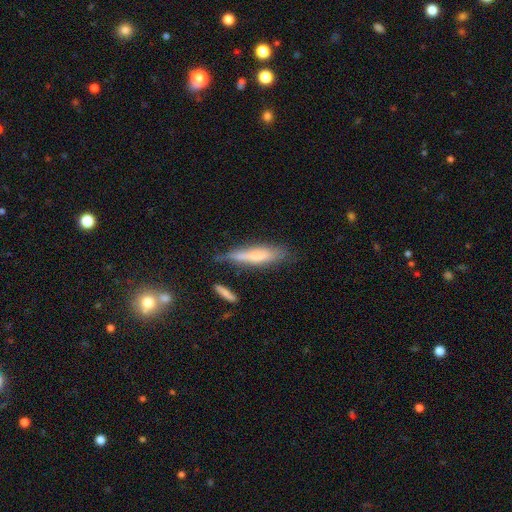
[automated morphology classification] This appears to be a smooth galaxy with no disk features (61%) that is cigar-shaped (82%). Merging: none (61%).